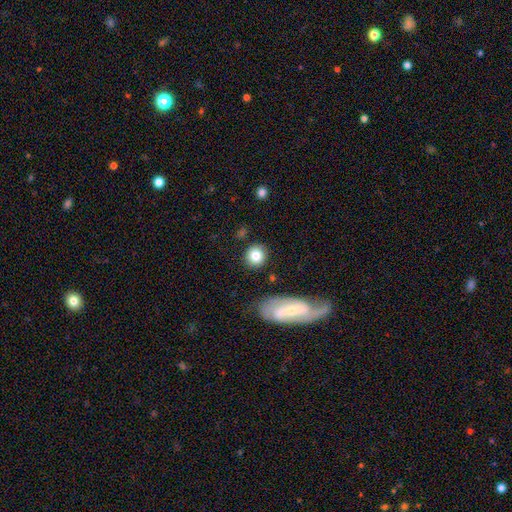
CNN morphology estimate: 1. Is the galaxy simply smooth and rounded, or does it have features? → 80% smooth, 11% featured or disk, 9% star or artifact.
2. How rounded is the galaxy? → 86% round, 13% in between, 1% cigar-shaped.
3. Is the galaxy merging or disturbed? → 83% none, 9% minor disturbance, 4% merger, 3% major disturbance.